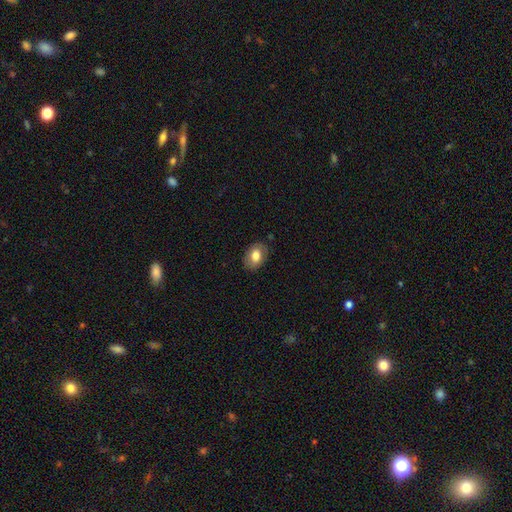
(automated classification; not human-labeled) Smooth or featured?
  - smooth: 76% *
  - featured or disk: 17%
  - star or artifact: 7%
How rounded?
  - in between: 81% *
  - round: 18%
  - cigar-shaped: 1%
Merging?
  - none: 83% *
  - minor disturbance: 13%
  - major disturbance: 3%
  - merger: 1%